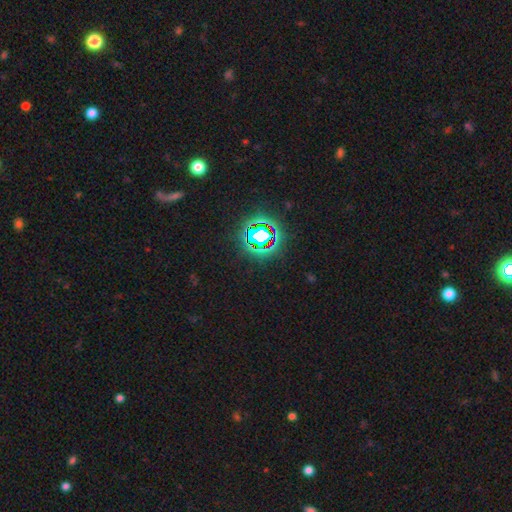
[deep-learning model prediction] Overall: star or artifact (79%).